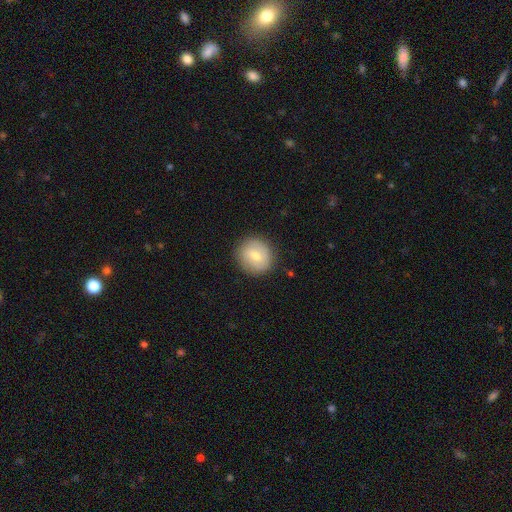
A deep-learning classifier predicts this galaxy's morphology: smooth 65%, featured or disk 27%, star or artifact 7%. Down the decision tree: how rounded — round (89%); merging — none (87%).